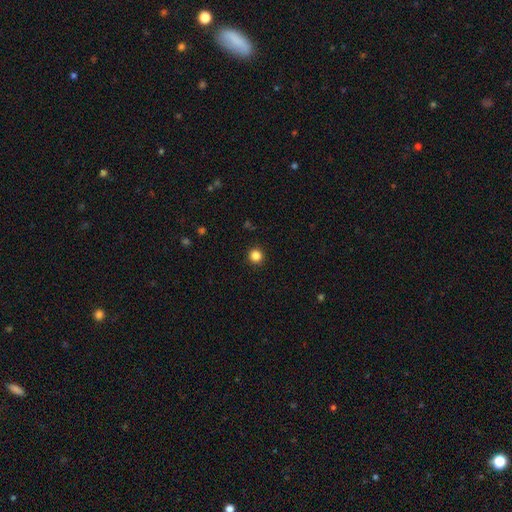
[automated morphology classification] A smooth galaxy with no disk features (84%) that is round (96%).

Vote fractions:
- Smooth or featured? smooth: 84% / star or artifact: 12% / featured or disk: 4%
- How rounded? round: 96% / in between: 3% / cigar-shaped: 1%
- Merging? none: 93% / minor disturbance: 4% / major disturbance: 2% / merger: 1%